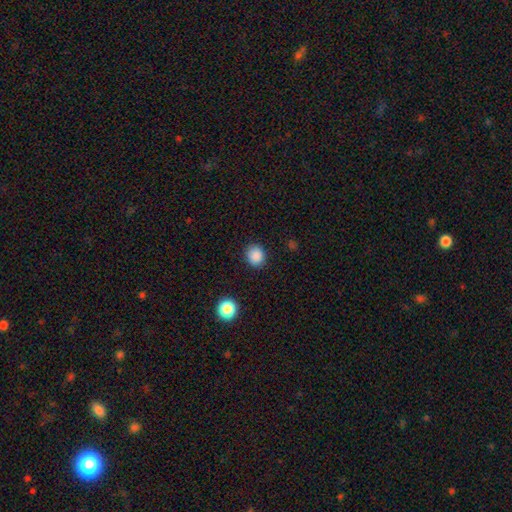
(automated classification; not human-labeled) smooth-or-featured: smooth: 87% | star or artifact: 10% | featured or disk: 3%
  how-rounded: round: 80% | in between: 19% | cigar-shaped: 1%
  merging: none: 89% | minor disturbance: 7% | major disturbance: 3% | merger: 1%